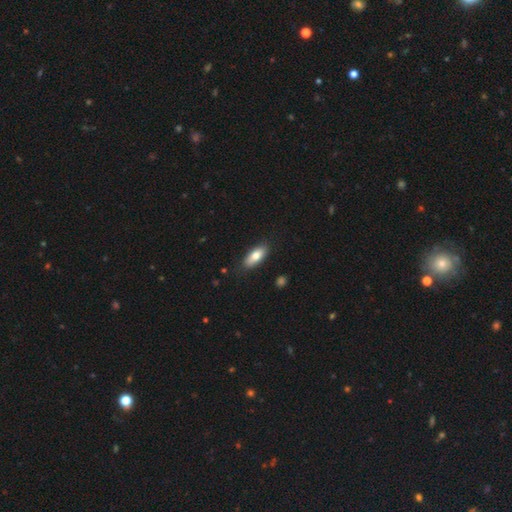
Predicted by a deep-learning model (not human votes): Smooth or featured?
  - smooth: 78% *
  - featured or disk: 16%
  - star or artifact: 6%
How rounded?
  - in between: 79% *
  - cigar-shaped: 18%
  - round: 2%
Merging?
  - none: 85% *
  - minor disturbance: 12%
  - major disturbance: 2%
  - merger: 1%